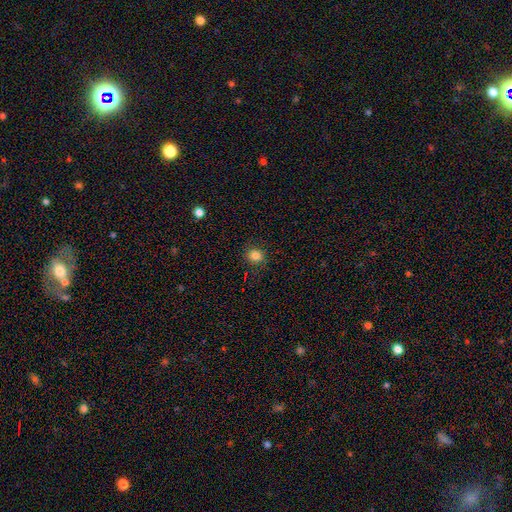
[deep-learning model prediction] Morphology: type=smooth (83%); roundness=round (81%); merging=none (88%).